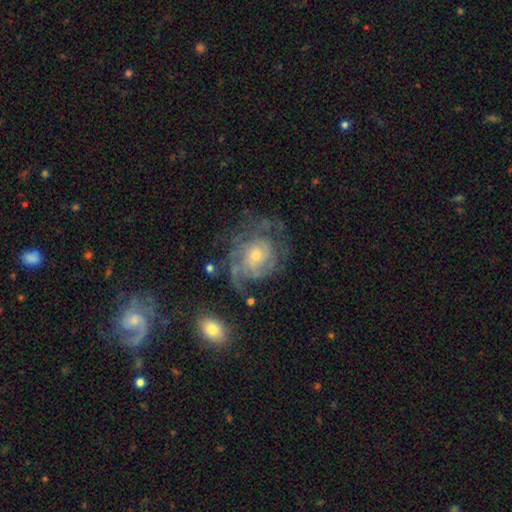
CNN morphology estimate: This appears to be a featured or disk galaxy (77%) with no bar (77%), tight (54%) spiral arms (87%) and a small central bulge (53%). Merging: none (57%).